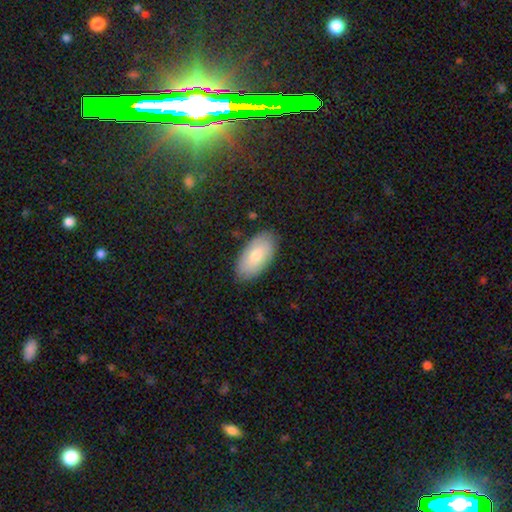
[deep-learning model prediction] Smooth or featured? smooth (72%)
How rounded? in between (94%)
Merging? none (86%)